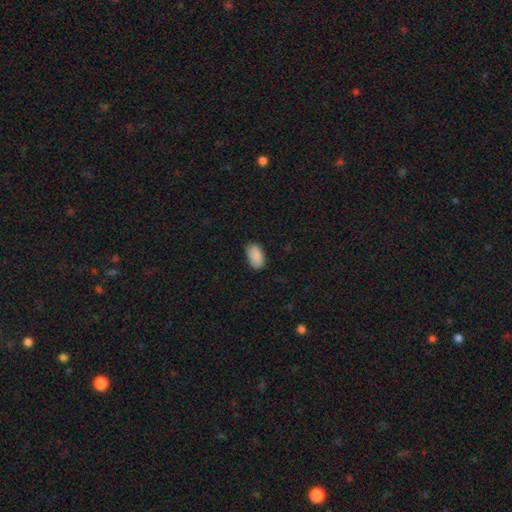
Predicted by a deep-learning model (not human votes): smooth-or-featured: smooth: 90% | star or artifact: 7% | featured or disk: 3%
  how-rounded: in between: 94% | round: 4% | cigar-shaped: 2%
  merging: none: 82% | minor disturbance: 14% | major disturbance: 3% | merger: 1%